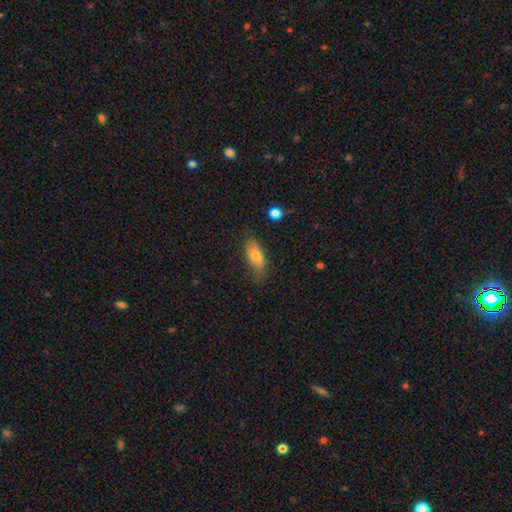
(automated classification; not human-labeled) A smooth galaxy with no disk features (73%) that is in between round and cigar-shaped (80%).

Vote fractions:
- Smooth or featured? smooth: 73% / featured or disk: 20% / star or artifact: 7%
- How rounded? in between: 80% / cigar-shaped: 16% / round: 3%
- Merging? none: 64% / minor disturbance: 28% / major disturbance: 7% / merger: 2%